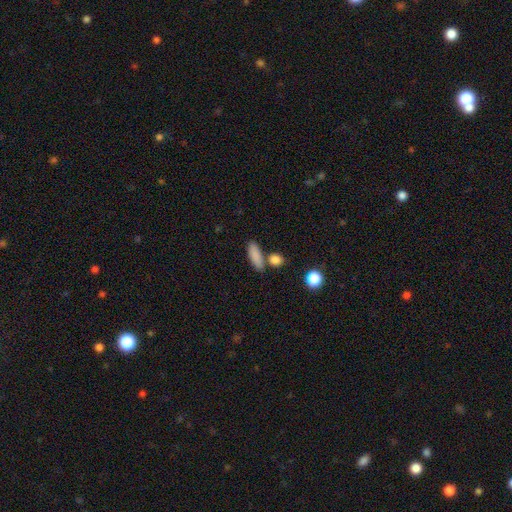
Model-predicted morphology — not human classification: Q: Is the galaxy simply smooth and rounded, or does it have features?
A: smooth — 85%.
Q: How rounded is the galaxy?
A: in between — 57%.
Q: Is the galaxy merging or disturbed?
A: none — 70%.